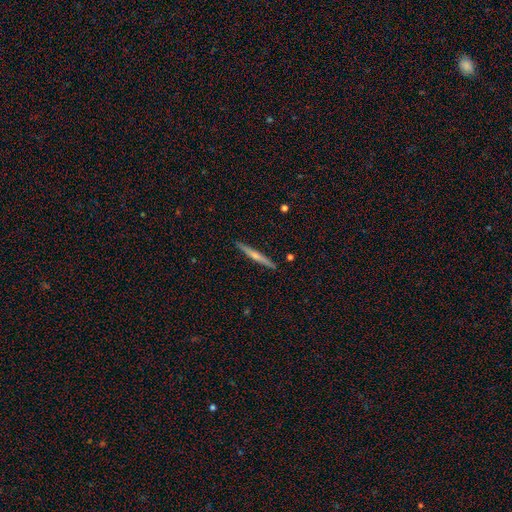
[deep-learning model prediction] This appears to be a featured or disk galaxy (52%) viewed edge-on (97%) with a rounded central bulge (57%). Merging: none (91%).